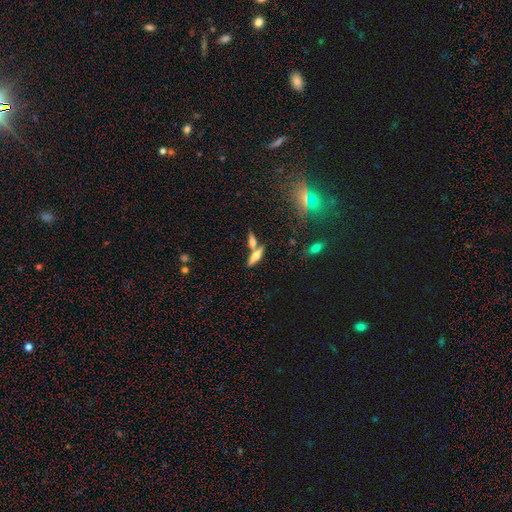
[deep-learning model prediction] Smooth or featured? Predicted: featured or disk (p=0.47). Merging? Predicted: none (p=0.55).